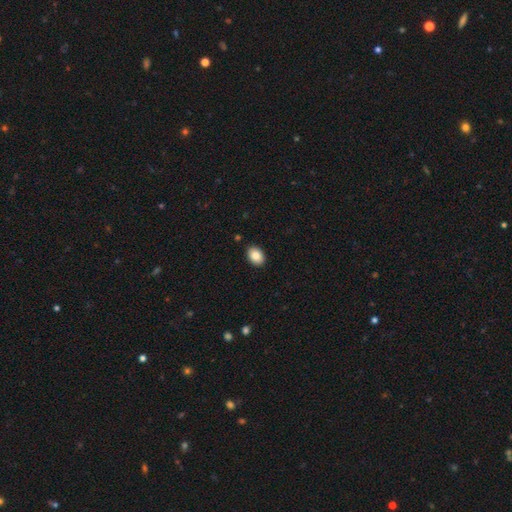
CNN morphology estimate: smooth_or_featured: smooth (p=0.86) [alt: star or artifact p=0.07]
how_rounded: in between (p=0.81) [alt: round p=0.18]
merging: none (p=0.89) [alt: minor disturbance p=0.08]